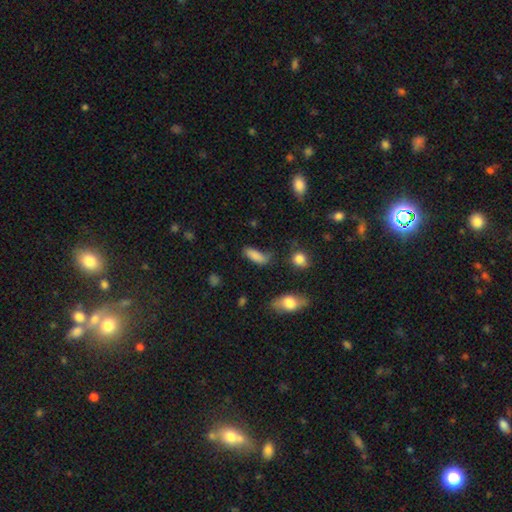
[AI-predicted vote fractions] Smooth or featured: smooth — 82% (star or artifact — 9%)
How rounded: in between — 67% (cigar-shaped — 29%)
Merging: none — 54% (minor disturbance — 29%)